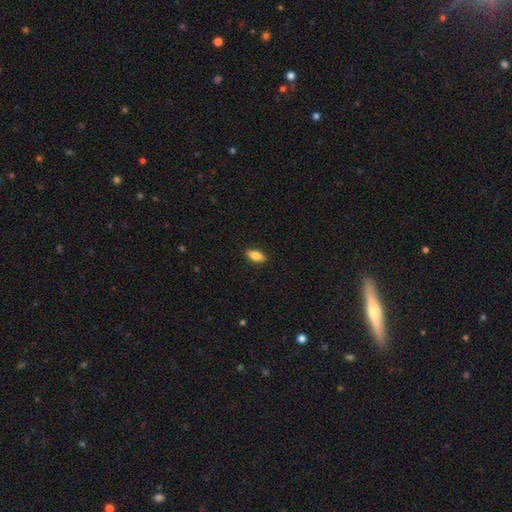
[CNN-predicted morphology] smooth_or_featured: smooth (p=0.78) [alt: featured or disk p=0.15]
how_rounded: in between (p=0.81) [alt: cigar-shaped p=0.16]
merging: none (p=0.89) [alt: minor disturbance p=0.08]